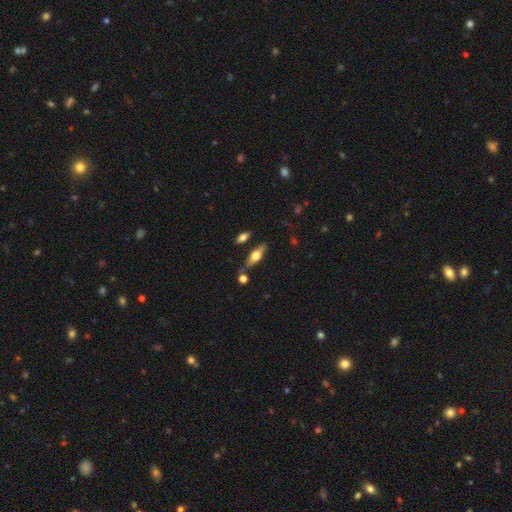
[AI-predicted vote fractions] Smooth or featured? featured or disk (52%)
Edge-on disk? yes (91%)
Merging? none (76%)